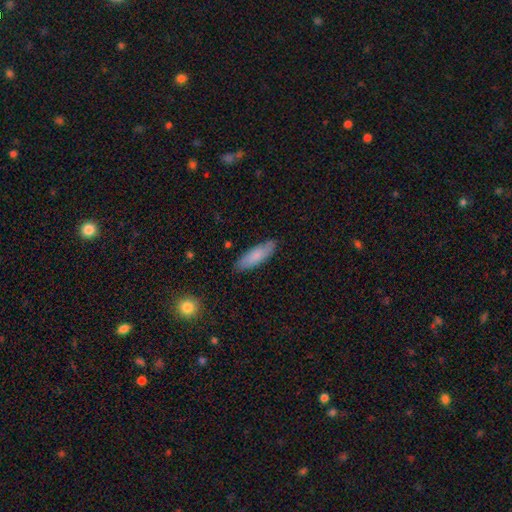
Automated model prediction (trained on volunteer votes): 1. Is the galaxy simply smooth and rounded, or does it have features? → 78% smooth, 16% featured or disk, 6% star or artifact.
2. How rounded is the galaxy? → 50% in between, 48% cigar-shaped, 2% round.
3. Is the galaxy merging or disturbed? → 84% none, 13% minor disturbance, 2% major disturbance, 1% merger.